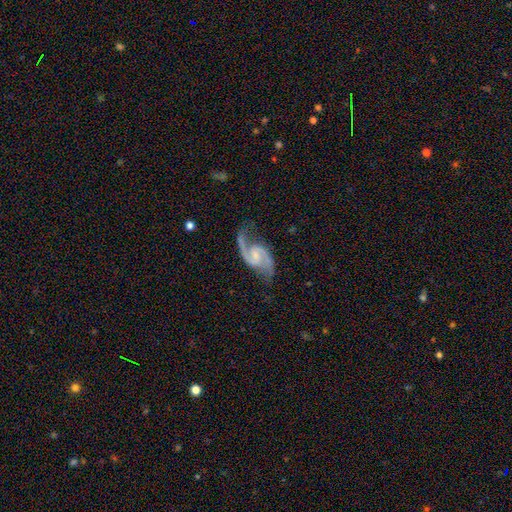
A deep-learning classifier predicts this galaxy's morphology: featured or disk 93%, star or artifact 4%, smooth 3%. Down the decision tree: edge-on disk — no (98%); bar — weak (51%); spiral arms — yes (98%); spiral arm count — 2 (94%); spiral winding — medium (55%); bulge size — small (50%); merging — none (74%).